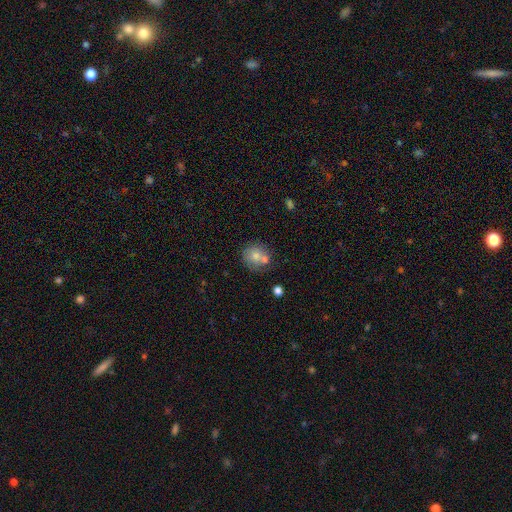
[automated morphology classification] smooth-or-featured: smooth: 73% | featured or disk: 16% | star or artifact: 10%
  how-rounded: round: 81% | in between: 18% | cigar-shaped: 1%
  merging: none: 56% | merger: 28% | minor disturbance: 12% | major disturbance: 4%